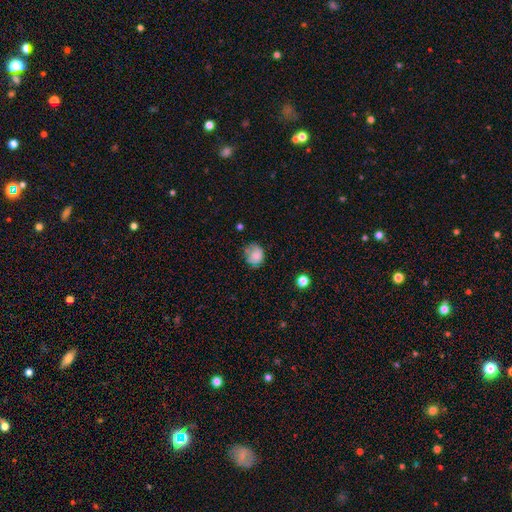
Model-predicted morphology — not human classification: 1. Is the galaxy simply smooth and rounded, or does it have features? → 74% smooth, 16% featured or disk, 10% star or artifact.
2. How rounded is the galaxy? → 70% round, 29% in between, 1% cigar-shaped.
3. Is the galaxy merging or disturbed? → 58% none, 29% minor disturbance, 10% major disturbance, 3% merger.